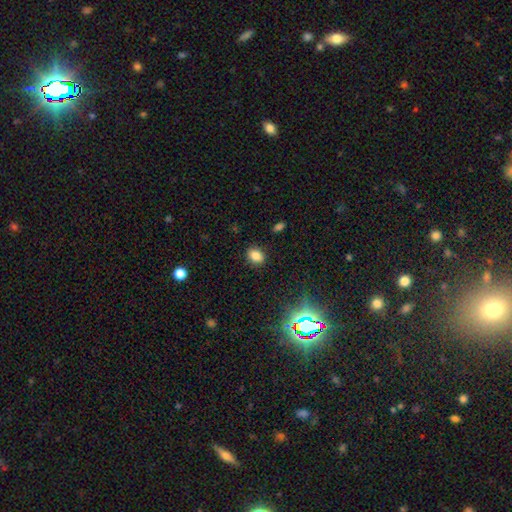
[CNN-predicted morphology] Smooth or featured? smooth (81%)
How rounded? in between (59%)
Merging? none (87%)